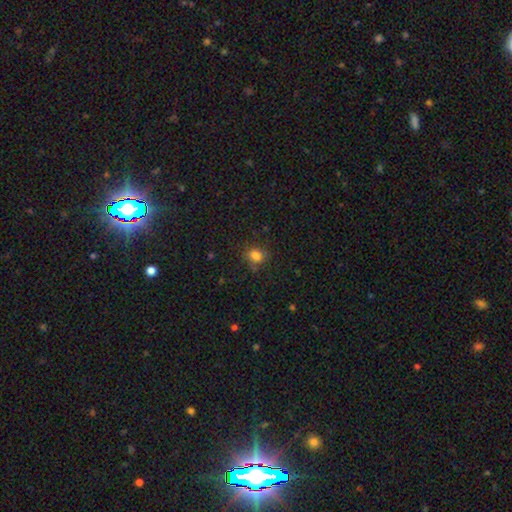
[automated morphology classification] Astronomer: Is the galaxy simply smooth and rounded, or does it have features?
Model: smooth — 79%.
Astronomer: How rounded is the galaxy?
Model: round — 52% (runner-up: in between, 47%).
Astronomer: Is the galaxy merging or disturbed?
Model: none — 69%.